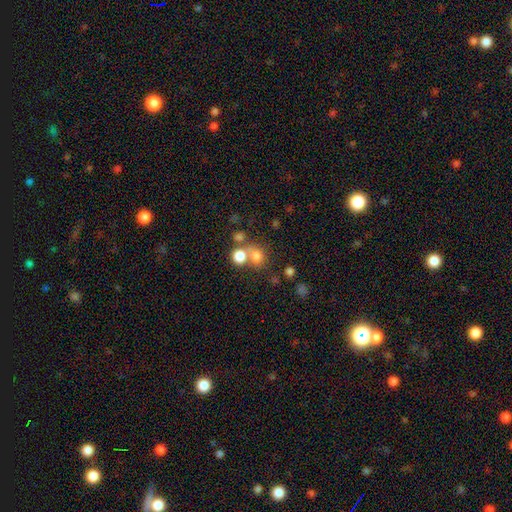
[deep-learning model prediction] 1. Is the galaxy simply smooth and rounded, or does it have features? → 73% smooth, 16% star or artifact, 11% featured or disk.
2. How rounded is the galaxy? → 77% round, 22% in between, 1% cigar-shaped.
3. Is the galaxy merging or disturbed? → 50% none, 37% merger, 8% minor disturbance, 5% major disturbance.